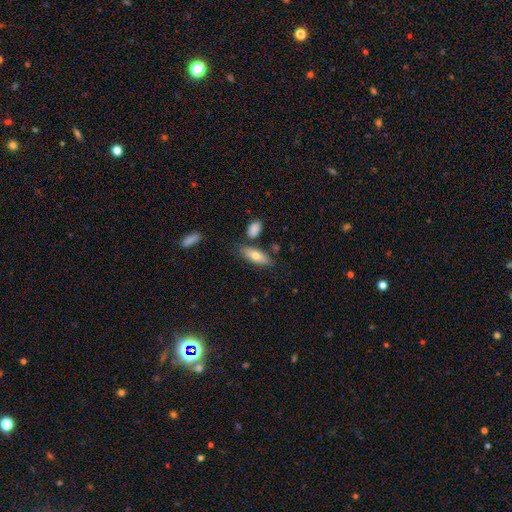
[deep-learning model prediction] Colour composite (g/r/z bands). It shows a smooth galaxy with no disk features (72%) that is in between round and cigar-shaped (72%). Merging: none (74%).